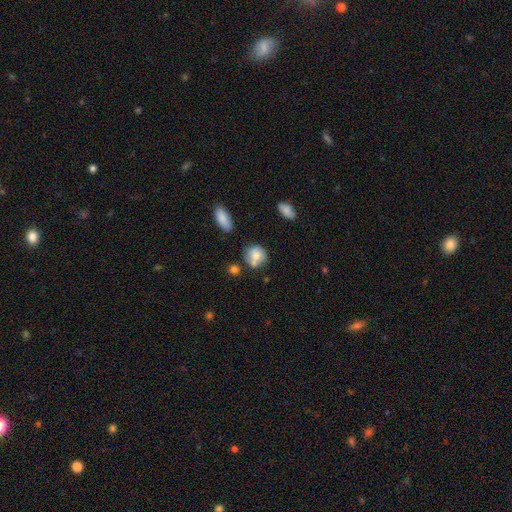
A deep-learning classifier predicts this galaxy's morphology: Overall: smooth (75%). How rounded: round (74%). Merging: none (55%; minor disturbance 22%).